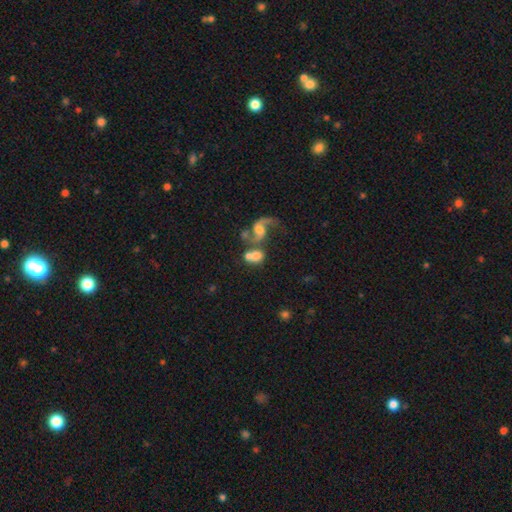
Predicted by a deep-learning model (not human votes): Smooth or featured: smooth — 51% (featured or disk — 38%)
How rounded: round — 52% (in between — 45%)
Merging: merger — 54% (none — 26%)